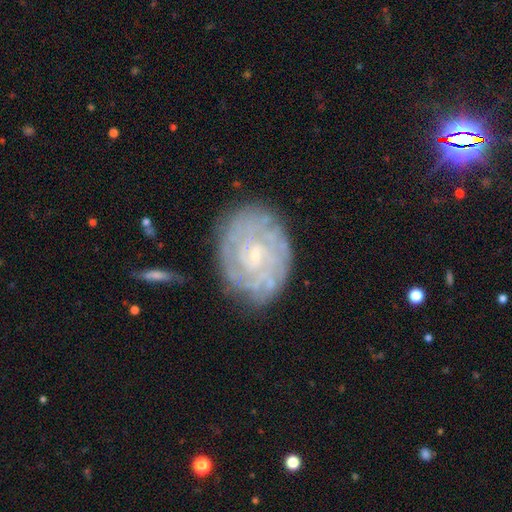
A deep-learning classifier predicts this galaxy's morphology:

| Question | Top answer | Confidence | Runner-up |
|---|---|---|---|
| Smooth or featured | featured or disk | 80% | smooth (13%) |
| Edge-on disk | no | 97% | yes (3%) |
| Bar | no | 64% | weak (30%) |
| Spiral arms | yes | 91% | no (9%) |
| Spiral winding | tight | 79% | medium (17%) |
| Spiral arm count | can't tell | 48% | 4 (14%) |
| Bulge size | small | 76% | moderate (16%) |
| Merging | none | 77% | minor disturbance (16%) |